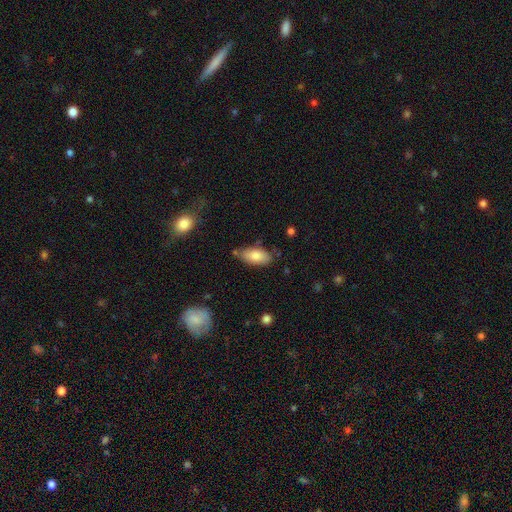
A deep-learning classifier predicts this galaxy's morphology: type=smooth (81%); roundness=in between (90%); merging=none (72%).